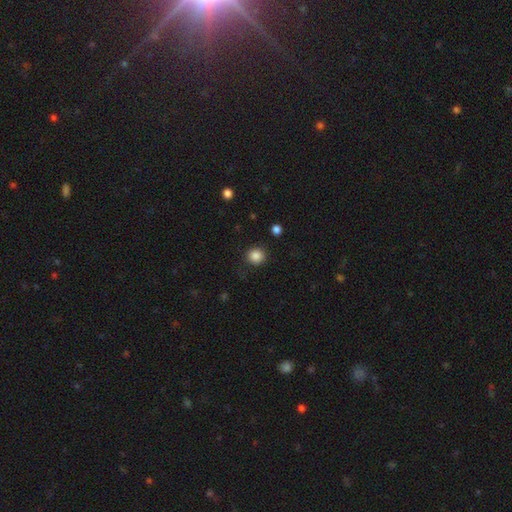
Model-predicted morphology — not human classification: Overall: smooth (86%). How rounded: round (90%). Merging: none (87%).